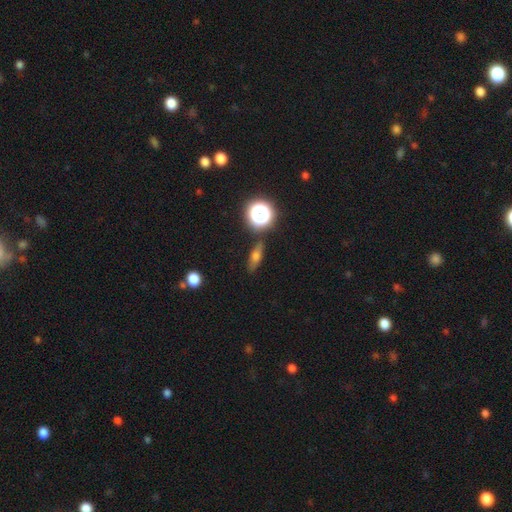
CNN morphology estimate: The model was most divided on "how rounded": in between: 42%, cigar-shaped: 41%, round: 17%. More confident: merging — none (85%); smooth or featured — smooth (52%).